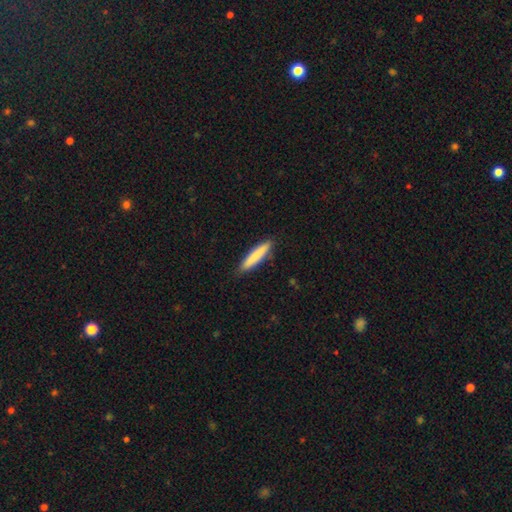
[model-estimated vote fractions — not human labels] smooth_or_featured: smooth (p=0.81) [alt: featured or disk p=0.14]
how_rounded: cigar-shaped (p=0.89) [alt: in between p=0.10]
merging: none (p=0.88) [alt: minor disturbance p=0.09]